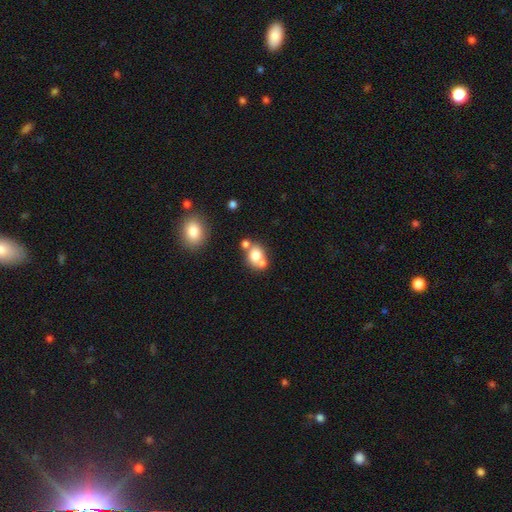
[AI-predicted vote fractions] Smooth or featured? Predicted: smooth (p=0.73). How rounded? Predicted: round (p=0.59). Merging? Predicted: merger (p=0.43).